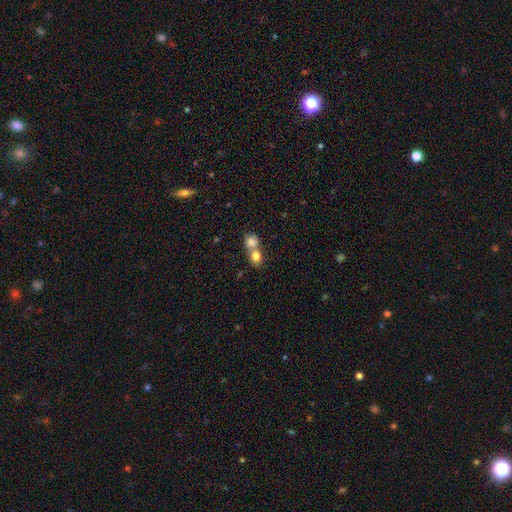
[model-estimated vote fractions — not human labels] Smooth or featured? smooth (80%)
How rounded? round (64%)
Merging? merger (62%)